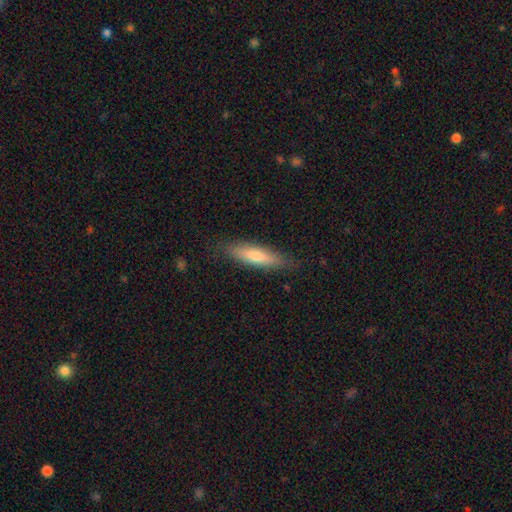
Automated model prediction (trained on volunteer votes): This appears to be a smooth galaxy with no disk features (68%) that is cigar-shaped (75%). Merging: none (84%).